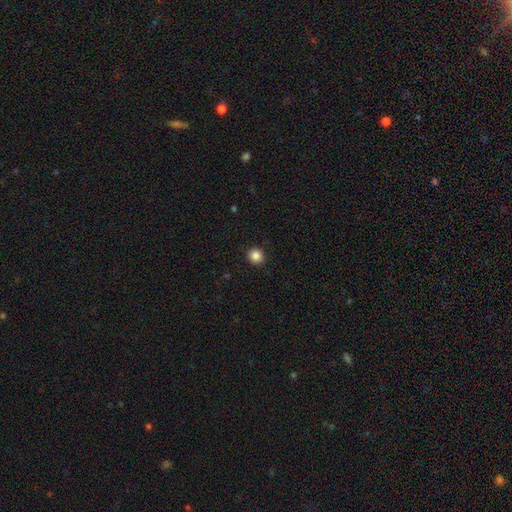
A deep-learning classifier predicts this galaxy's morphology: A smooth galaxy with no disk features (87%) that is round (87%).

Vote fractions:
- Smooth or featured? smooth: 87% / star or artifact: 10% / featured or disk: 3%
- How rounded? round: 87% / in between: 12% / cigar-shaped: 1%
- Merging? none: 92% / minor disturbance: 5% / major disturbance: 2% / merger: 1%